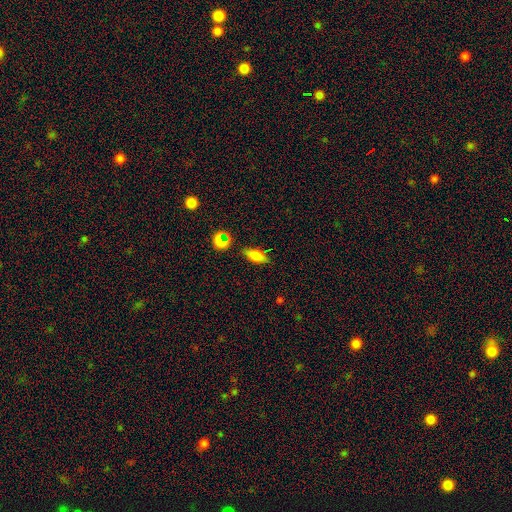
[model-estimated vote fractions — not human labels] Smooth or featured? Predicted: smooth (p=0.76). How rounded? Predicted: in between (p=0.80). Merging? Predicted: none (p=0.78).